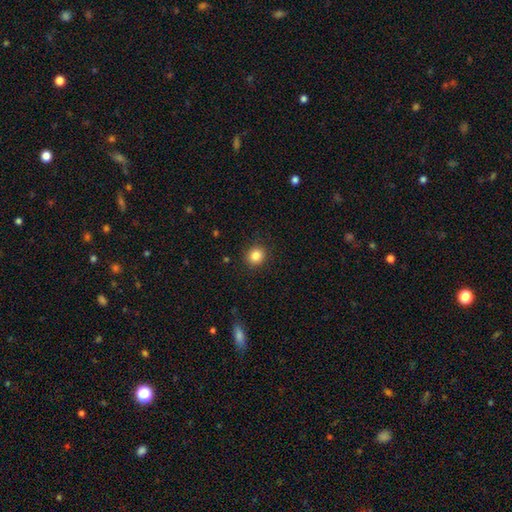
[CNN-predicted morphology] A smooth galaxy with no disk features (85%) that is round (86%). Merging: none (90%).